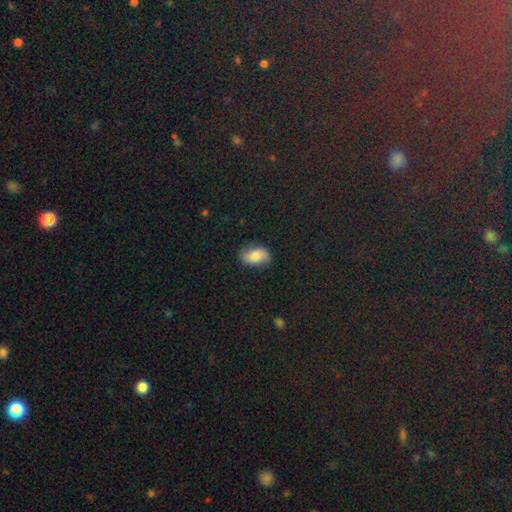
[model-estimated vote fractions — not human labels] Q: Smooth or featured?
A: smooth (67%); runner-up: featured or disk (24%)
Q: How rounded?
A: in between (88%); runner-up: round (11%)
Q: Merging?
A: none (74%); runner-up: minor disturbance (20%)